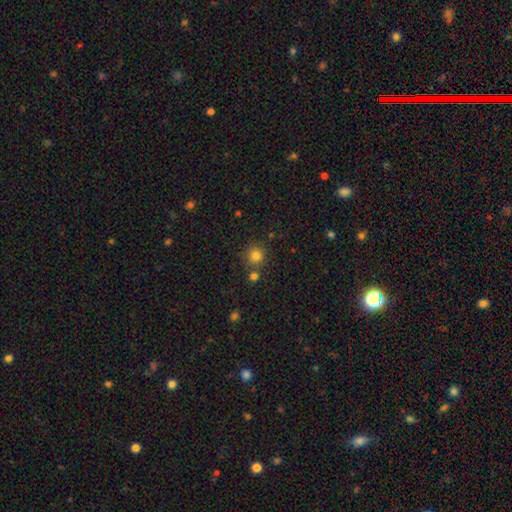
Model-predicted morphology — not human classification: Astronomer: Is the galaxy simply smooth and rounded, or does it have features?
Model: smooth — 81%.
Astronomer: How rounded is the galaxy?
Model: round — 92%.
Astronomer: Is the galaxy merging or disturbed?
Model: none — 76%.